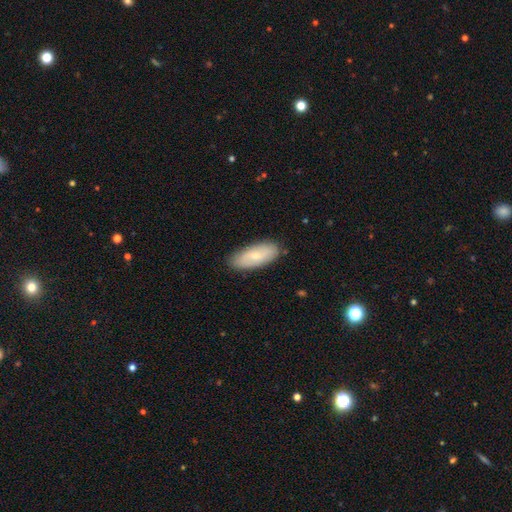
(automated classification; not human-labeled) Overall: smooth (62%; featured or disk 32%). How rounded: in between (84%). Merging: none (85%).